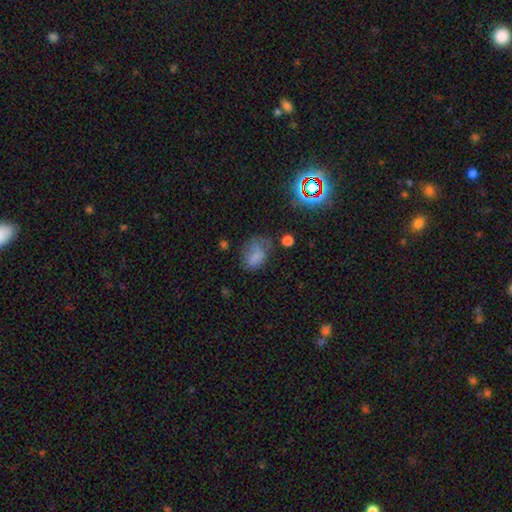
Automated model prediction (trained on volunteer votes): The model was most divided on "merging": none: 39%, minor disturbance: 30%, major disturbance: 26%, merger: 4%. More confident: how rounded — in between (75%); smooth or featured — smooth (70%).